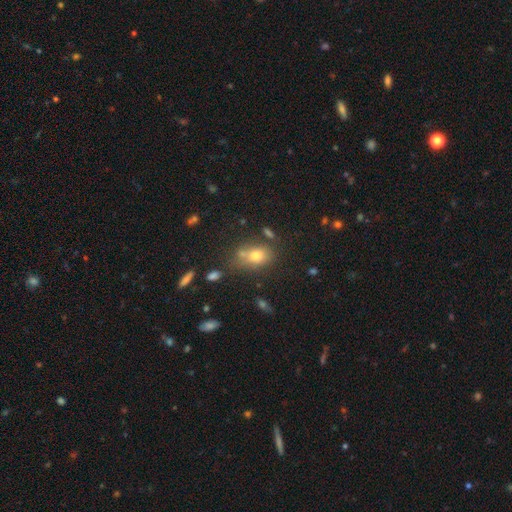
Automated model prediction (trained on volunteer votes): Smooth or featured: smooth — 72% (star or artifact — 14%)
How rounded: in between — 68% (round — 30%)
Merging: none — 59% (minor disturbance — 17%)